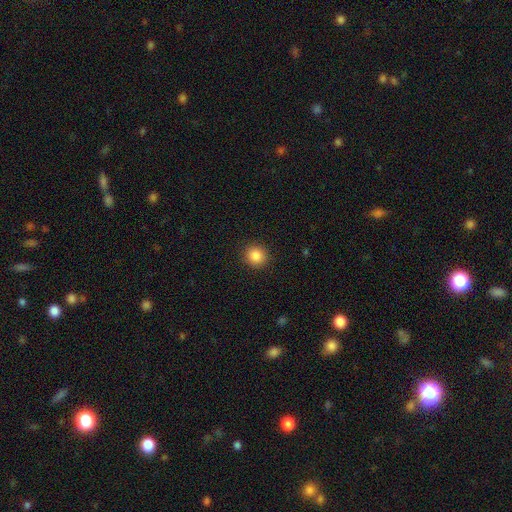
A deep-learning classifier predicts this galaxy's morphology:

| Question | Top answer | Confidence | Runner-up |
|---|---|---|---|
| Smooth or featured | smooth | 86% | star or artifact (10%) |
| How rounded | round | 89% | in between (10%) |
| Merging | none | 91% | minor disturbance (6%) |